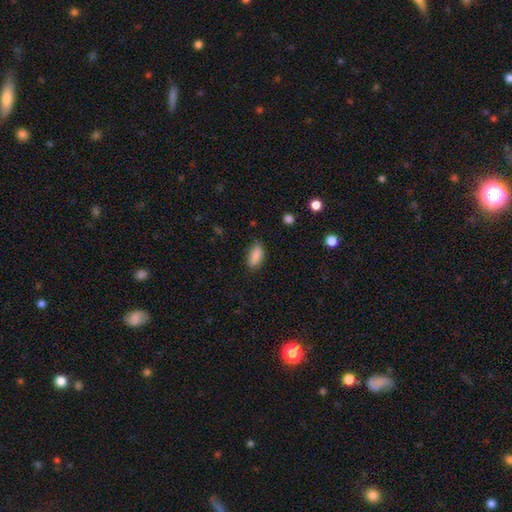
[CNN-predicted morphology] smooth-or-featured: smooth: 87% | star or artifact: 8% | featured or disk: 5%
  how-rounded: in between: 86% | cigar-shaped: 11% | round: 3%
  merging: none: 78% | minor disturbance: 17% | major disturbance: 4% | merger: 2%